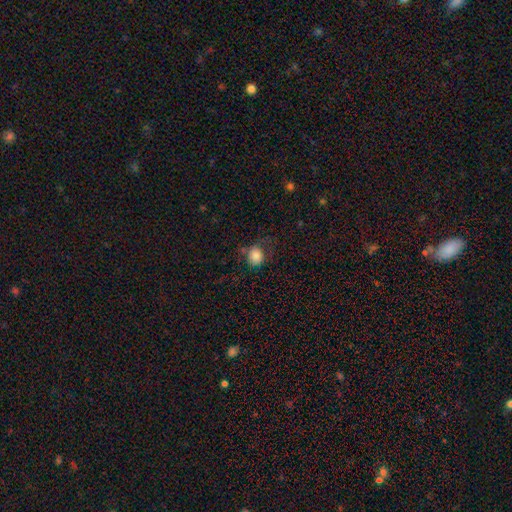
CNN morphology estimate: smooth-or-featured: smooth: 83% | star or artifact: 10% | featured or disk: 7%
  how-rounded: round: 71% | in between: 28% | cigar-shaped: 1%
  merging: none: 50% | minor disturbance: 28% | major disturbance: 18% | merger: 4%